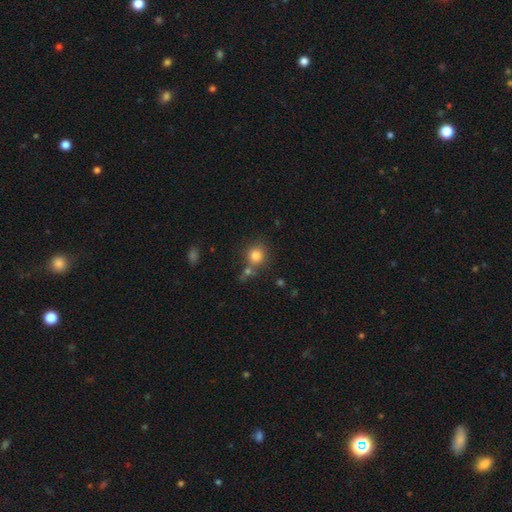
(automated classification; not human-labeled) Morphology: type=smooth (82%); roundness=round (86%); merging=none (64%).